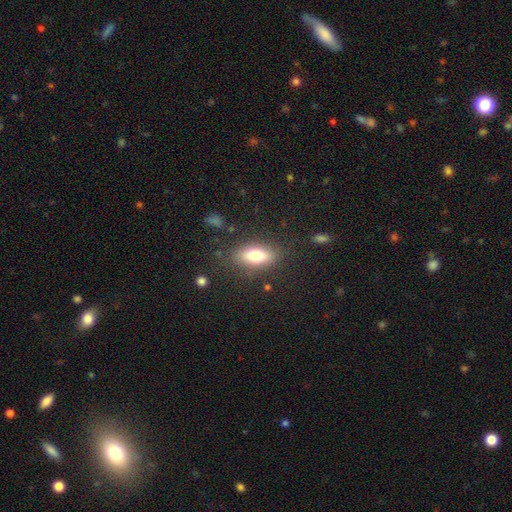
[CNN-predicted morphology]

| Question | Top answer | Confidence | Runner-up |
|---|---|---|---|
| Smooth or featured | smooth | 75% | featured or disk (17%) |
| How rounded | in between | 80% | cigar-shaped (16%) |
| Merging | none | 82% | minor disturbance (12%) |